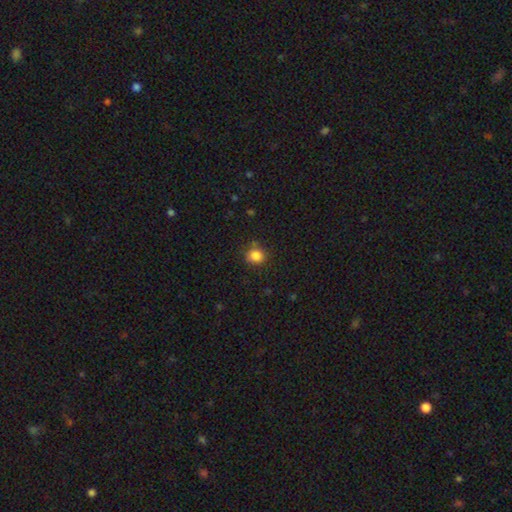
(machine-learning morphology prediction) smooth 85%, star or artifact 11%, featured or disk 4%. Down the decision tree: how rounded — round (75%); merging — none (79%).